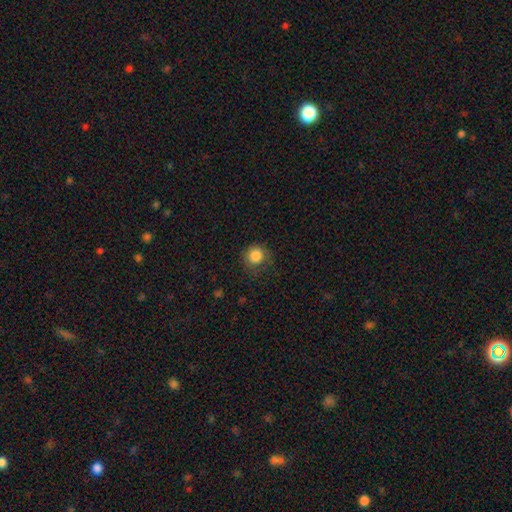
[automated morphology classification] Smooth or featured? Predicted: smooth (p=0.85). How rounded? Predicted: round (p=0.90). Merging? Predicted: none (p=0.71).